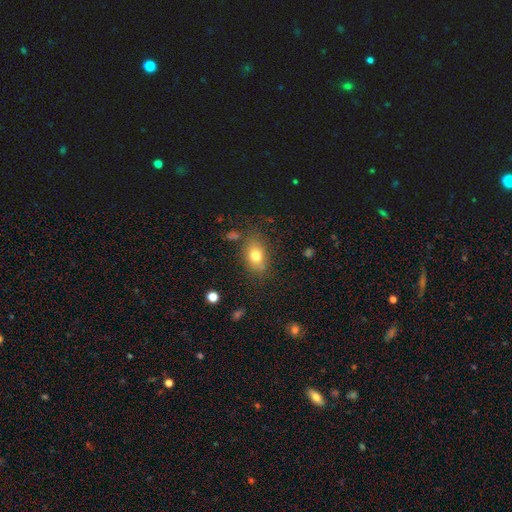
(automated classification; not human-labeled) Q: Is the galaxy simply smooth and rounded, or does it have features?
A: smooth — 76%.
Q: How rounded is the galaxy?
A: in between — 74%.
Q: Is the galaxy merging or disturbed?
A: none — 76%.